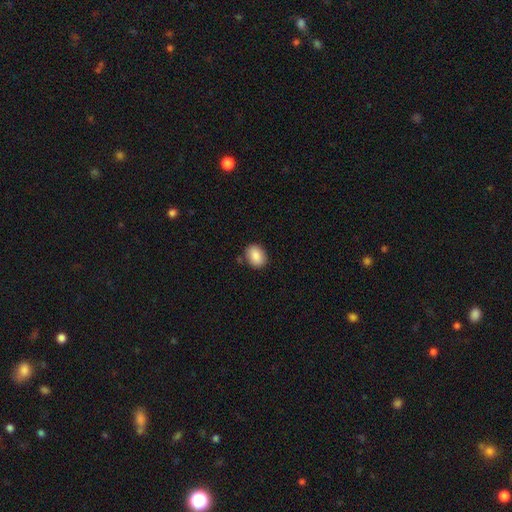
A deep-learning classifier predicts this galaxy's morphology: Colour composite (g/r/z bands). It shows a smooth galaxy with no disk features (88%) that is in between round and cigar-shaped (69%). Merging: none (84%).